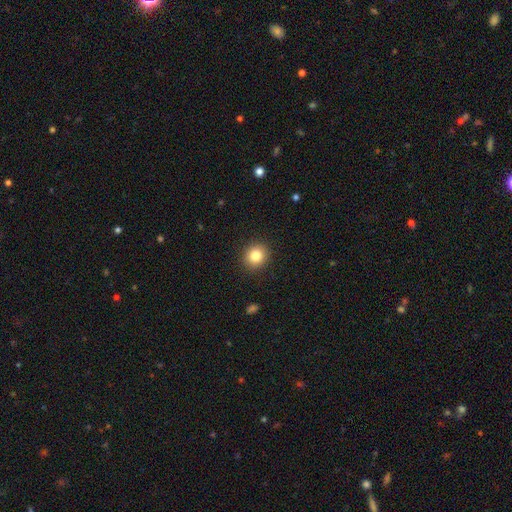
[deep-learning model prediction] A smooth galaxy with no disk features (83%) that is round (85%).

Vote fractions:
- Smooth or featured? smooth: 83% / star or artifact: 10% / featured or disk: 7%
- How rounded? round: 85% / in between: 14% / cigar-shaped: 1%
- Merging? none: 91% / minor disturbance: 6% / major disturbance: 2% / merger: 1%